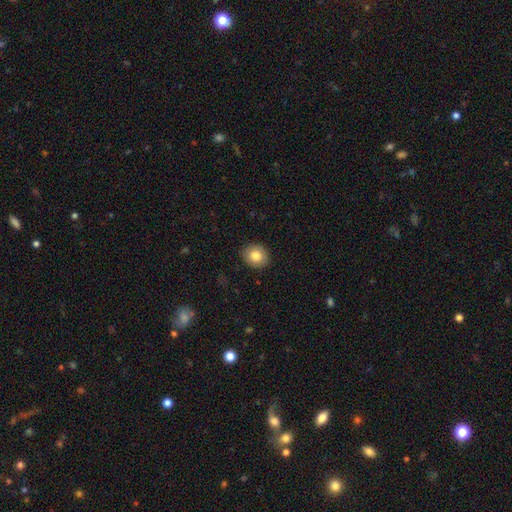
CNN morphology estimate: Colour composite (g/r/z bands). It shows a smooth galaxy with no disk features (83%) that is round (69%). Merging: none (90%).